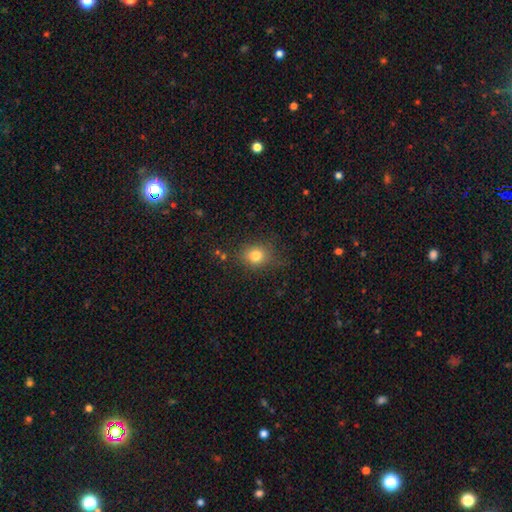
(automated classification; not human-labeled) Morphology: type=smooth (79%); roundness=round (70%); merging=none (79%).